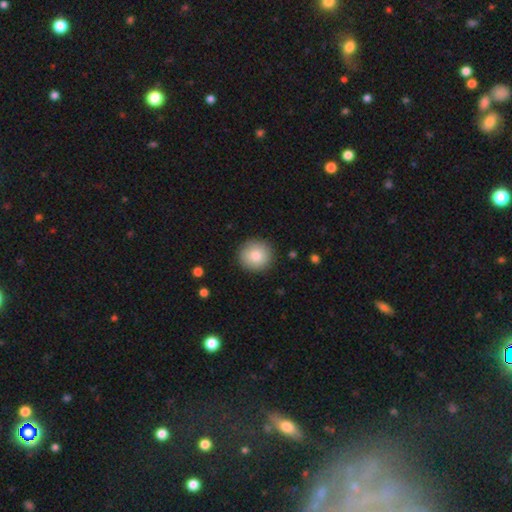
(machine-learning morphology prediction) smooth-or-featured: smooth: 84% | featured or disk: 9% | star or artifact: 8%
  how-rounded: round: 93% | in between: 6% | cigar-shaped: 1%
  merging: none: 90% | minor disturbance: 7% | major disturbance: 2% | merger: 1%